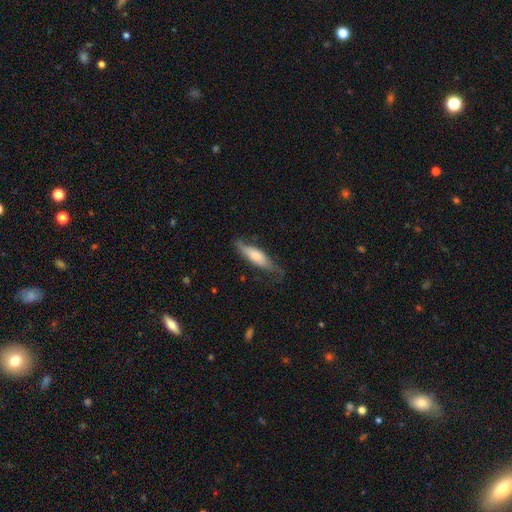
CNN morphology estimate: Smooth or featured?
  - smooth: 57% *
  - featured or disk: 37%
  - star or artifact: 6%
How rounded?
  - cigar-shaped: 54% *
  - in between: 44%
  - round: 2%
Merging?
  - none: 57% *
  - minor disturbance: 29%
  - major disturbance: 12%
  - merger: 2%